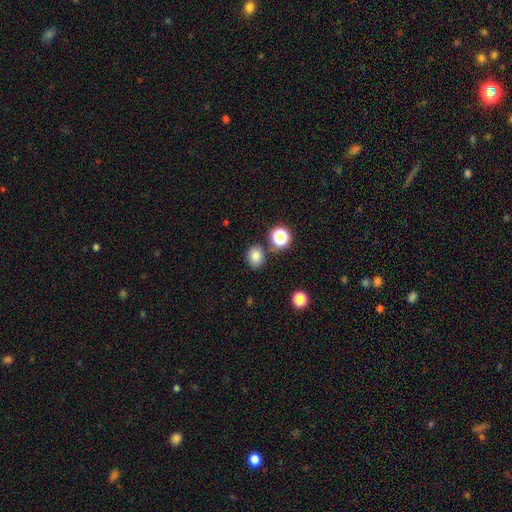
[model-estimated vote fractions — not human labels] smooth 81%, star or artifact 14%, featured or disk 5%. Down the decision tree: how rounded — round (57%); merging — none (78%).